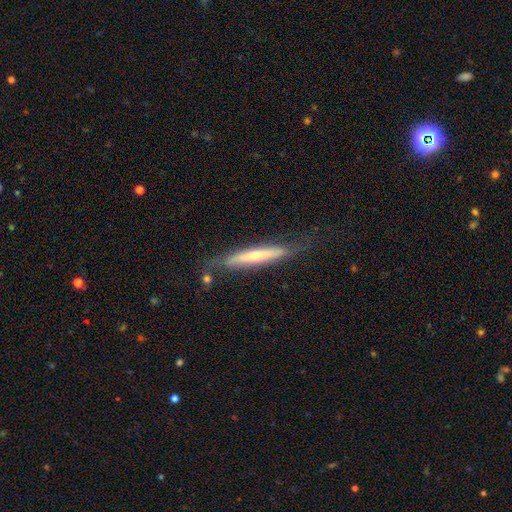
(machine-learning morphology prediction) This appears to be a featured or disk galaxy (57%) viewed edge-on (84%). Merging: none (69%).